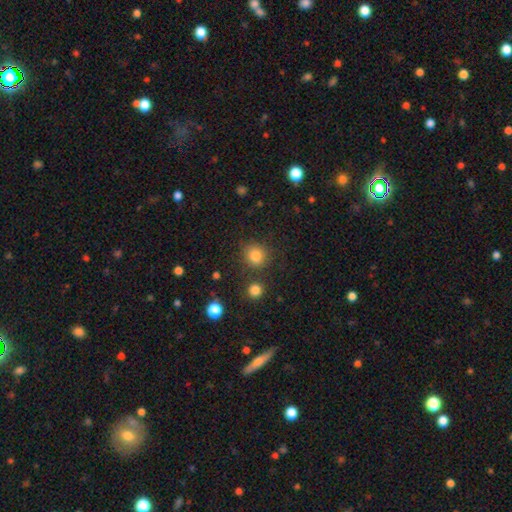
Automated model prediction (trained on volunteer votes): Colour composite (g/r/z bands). It shows a smooth galaxy with no disk features (82%) that is round (87%). Merging: none (80%).